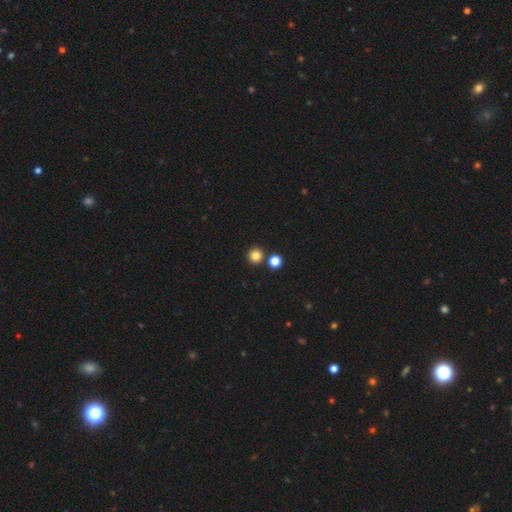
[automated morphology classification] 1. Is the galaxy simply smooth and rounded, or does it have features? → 82% smooth, 13% star or artifact, 5% featured or disk.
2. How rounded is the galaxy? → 94% round, 5% in between, 1% cigar-shaped.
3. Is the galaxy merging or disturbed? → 83% none, 10% merger, 6% minor disturbance, 2% major disturbance.